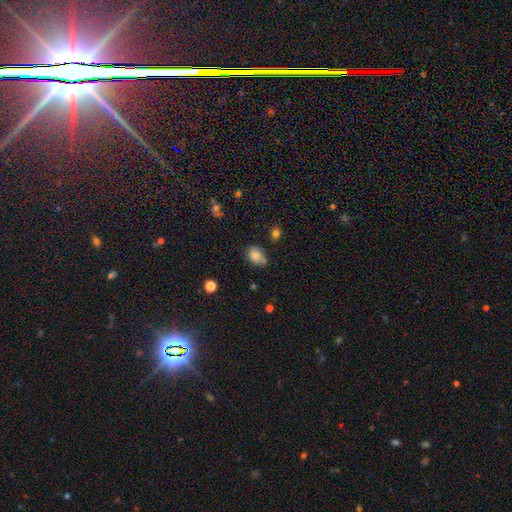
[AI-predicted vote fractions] smooth-or-featured: smooth: 81% | star or artifact: 11% | featured or disk: 8%
  how-rounded: in between: 67% | round: 32% | cigar-shaped: 1%
  merging: none: 57% | minor disturbance: 26% | merger: 12% | major disturbance: 6%